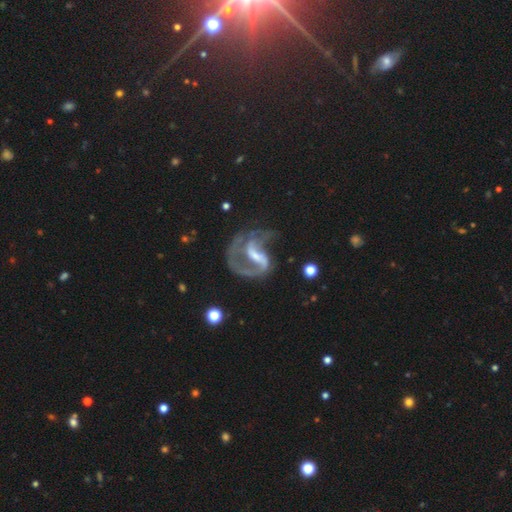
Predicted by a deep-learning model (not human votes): Smooth or featured: featured or disk — 86% (star or artifact — 7%)
Edge-on disk: no — 97% (yes — 3%)
Bar: weak — 42% (tied with strong — 42%)
Spiral arms: yes — 92% (no — 8%)
Spiral winding: medium — 47% (loose — 36%)
Spiral arm count: 2 — 63% (1 — 20%)
Bulge size: small — 48% (moderate — 27%)
Merging: none — 43% (major disturbance — 34%)